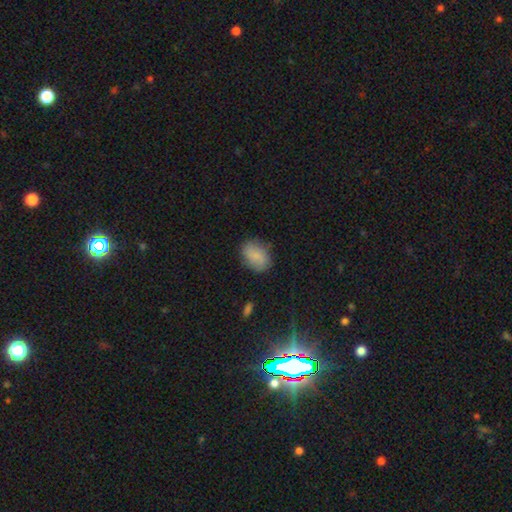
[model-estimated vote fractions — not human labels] Overall: smooth (80%). How rounded: in between (78%). Merging: none (79%).